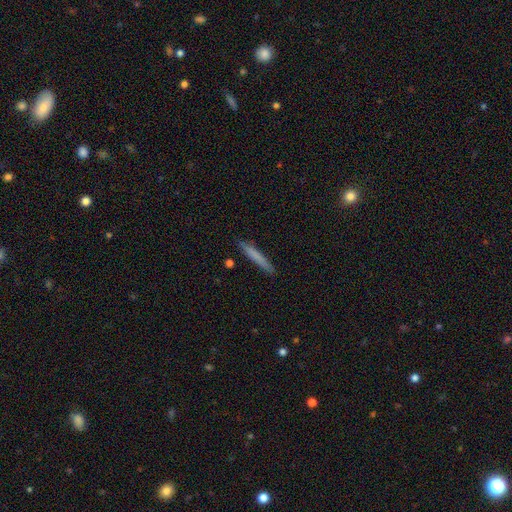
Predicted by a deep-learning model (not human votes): Morphology: type=smooth (74%); roundness=cigar-shaped (95%); merging=none (87%).